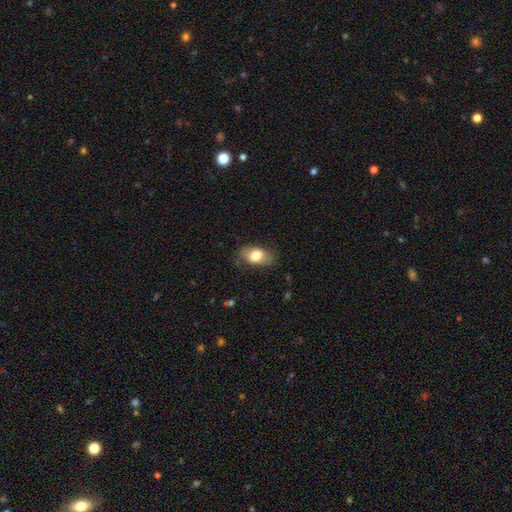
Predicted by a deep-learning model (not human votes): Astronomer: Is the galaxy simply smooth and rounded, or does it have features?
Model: smooth — 77%.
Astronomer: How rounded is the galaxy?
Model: in between — 90%.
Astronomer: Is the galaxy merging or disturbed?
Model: none — 78%.